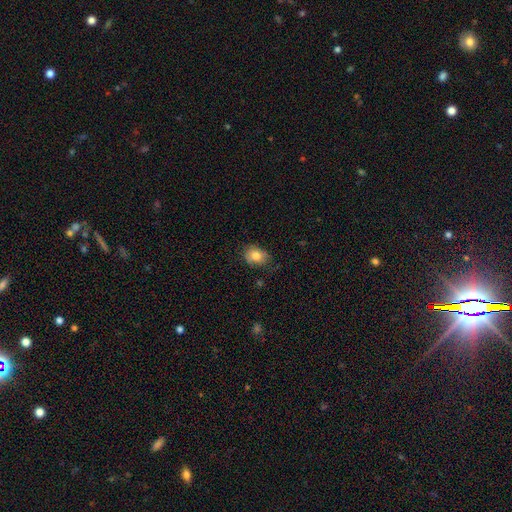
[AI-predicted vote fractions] A smooth galaxy with no disk features (80%) that is in between round and cigar-shaped (67%).

Vote fractions:
- Smooth or featured? smooth: 80% / featured or disk: 11% / star or artifact: 9%
- How rounded? in between: 67% / round: 32% / cigar-shaped: 1%
- Merging? none: 69% / minor disturbance: 24% / major disturbance: 5% / merger: 2%